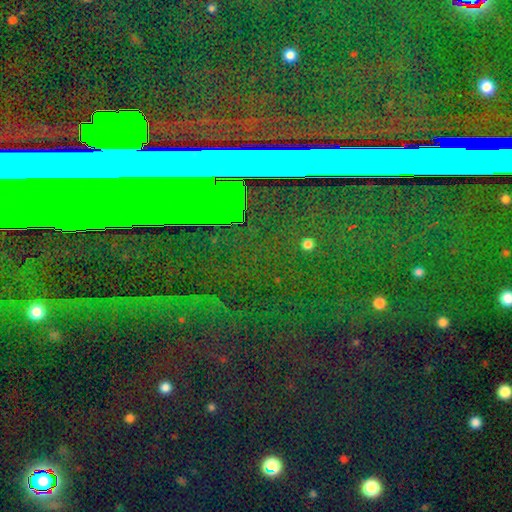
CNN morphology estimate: Smooth or featured?
  - star or artifact: 85% *
  - featured or disk: 8%
  - smooth: 7%